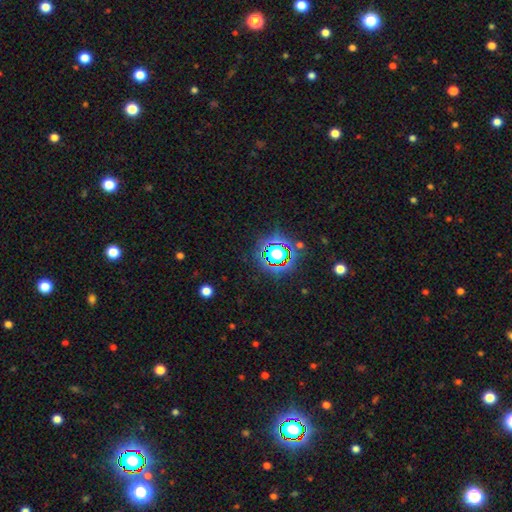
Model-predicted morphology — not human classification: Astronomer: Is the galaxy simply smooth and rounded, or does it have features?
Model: star or artifact — 80%.